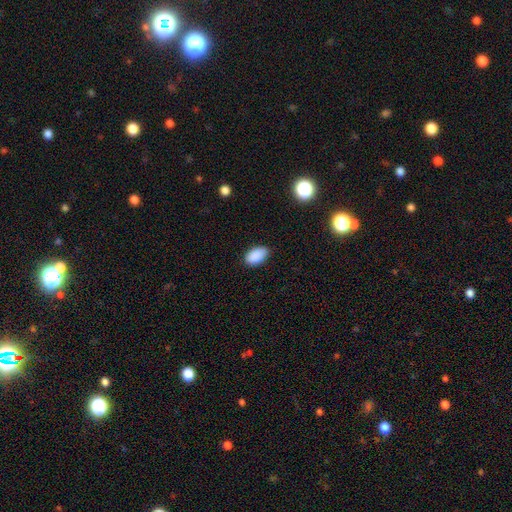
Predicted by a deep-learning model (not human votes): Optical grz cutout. It shows a smooth galaxy with no disk features (89%) that is in between round and cigar-shaped (93%). Merging: none (84%).